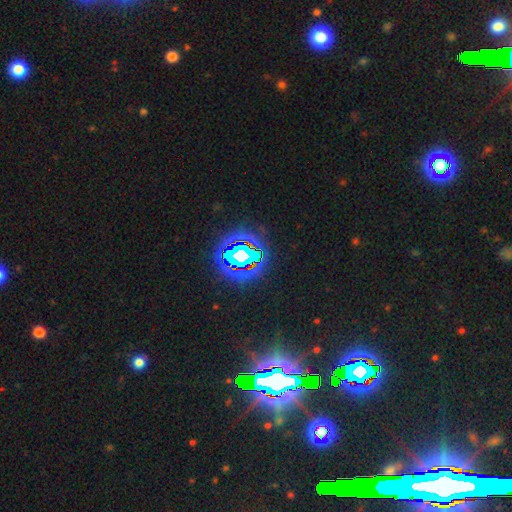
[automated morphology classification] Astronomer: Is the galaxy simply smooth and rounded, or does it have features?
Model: star or artifact — 83%.